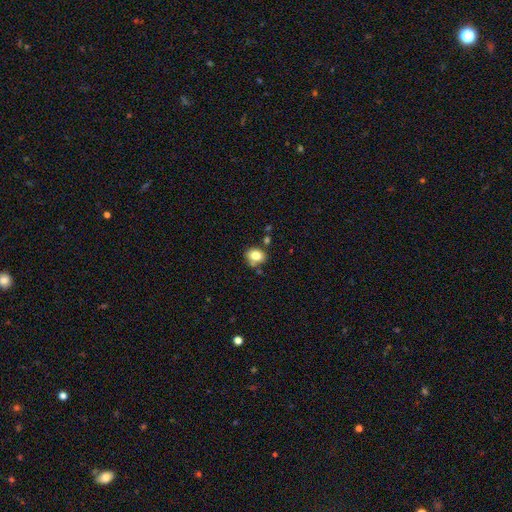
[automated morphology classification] smooth-or-featured: smooth: 80% | star or artifact: 10% | featured or disk: 10%
  how-rounded: round: 50% | in between: 49% | cigar-shaped: 1%
  merging: none: 71% | minor disturbance: 14% | merger: 11% | major disturbance: 4%